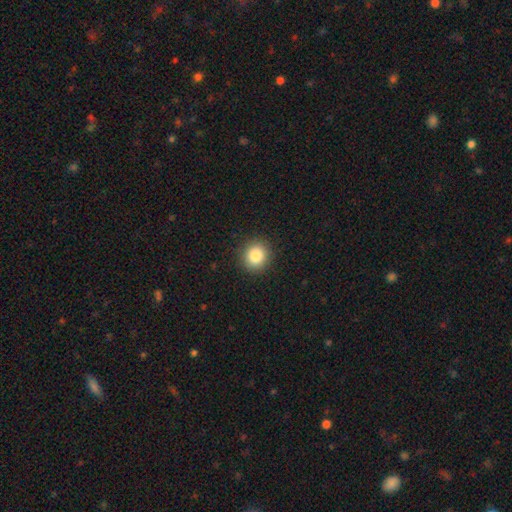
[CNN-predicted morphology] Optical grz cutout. It shows a smooth galaxy with no disk features (84%) that is round (88%). Merging: none (91%).